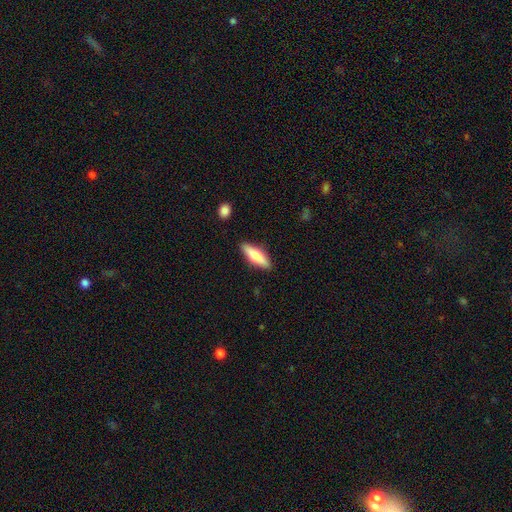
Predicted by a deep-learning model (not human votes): This is likely a smooth galaxy (62%). How rounded: possibly cigar-shaped (55%). Merging: clearly none (88%).